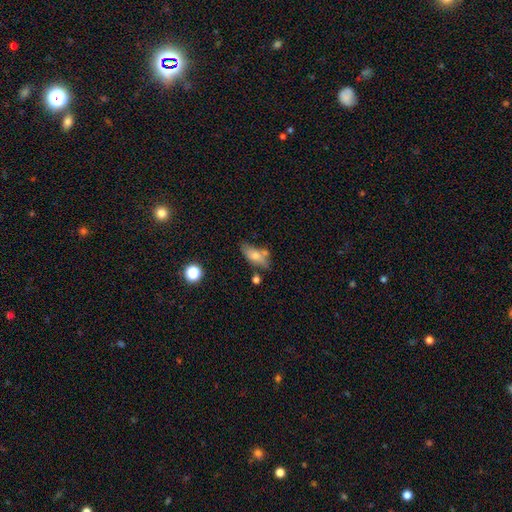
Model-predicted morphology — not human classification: Smooth or featured: smooth — 66% (featured or disk — 26%)
How rounded: in between — 74% (cigar-shaped — 22%)
Merging: none — 57% (minor disturbance — 20%)